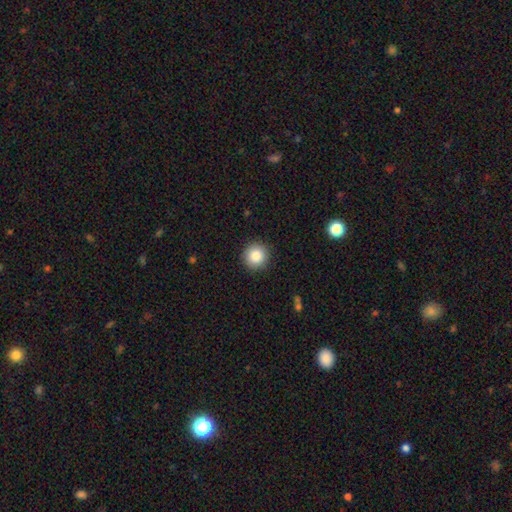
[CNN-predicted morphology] Smooth or featured? Predicted: smooth (p=0.86). How rounded? Predicted: round (p=0.94). Merging? Predicted: none (p=0.91).